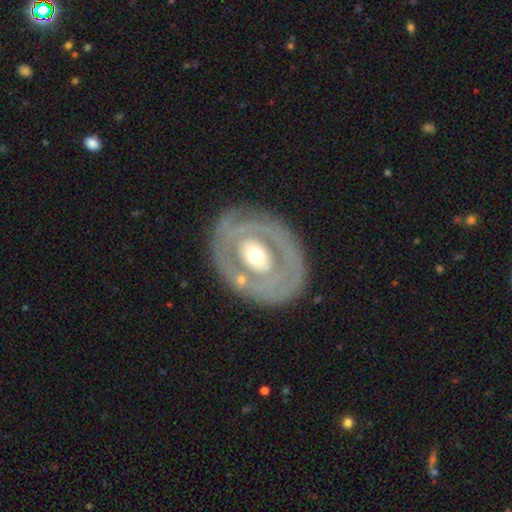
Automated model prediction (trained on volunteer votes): smooth_or_featured: featured or disk (p=0.71) [alt: smooth p=0.24]
disk_edge_on: no (p=0.95) [alt: yes p=0.05]
bar: no (p=0.73) [alt: weak p=0.17]
has_spiral_arms: no (p=0.66) [alt: yes p=0.34]
bulge_size: moderate (p=0.68) [alt: small p=0.15]
merging: none (p=0.75) [alt: minor disturbance p=0.15]